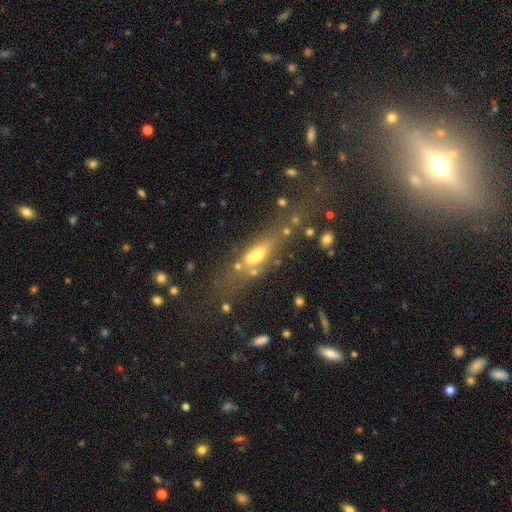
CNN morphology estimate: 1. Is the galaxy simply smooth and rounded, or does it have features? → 48% smooth, 33% featured or disk, 19% star or artifact.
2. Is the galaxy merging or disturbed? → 46% none, 20% merger, 17% minor disturbance, 17% major disturbance.